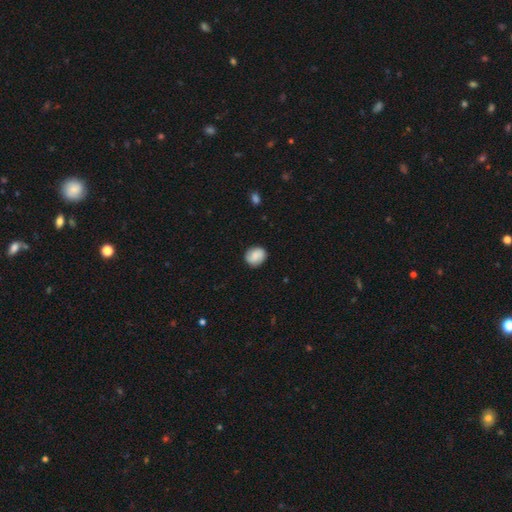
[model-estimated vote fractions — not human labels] Smooth or featured?
  - smooth: 74% *
  - featured or disk: 18%
  - star or artifact: 8%
How rounded?
  - round: 63% *
  - in between: 36%
  - cigar-shaped: 1%
Merging?
  - none: 84% *
  - minor disturbance: 12%
  - major disturbance: 3%
  - merger: 1%